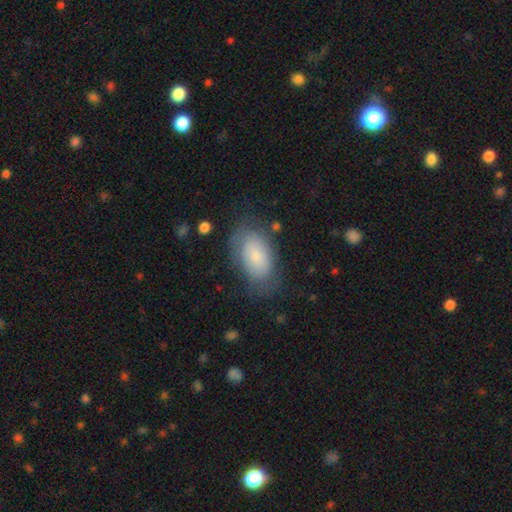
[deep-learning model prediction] Smooth or featured: smooth — 69% (featured or disk — 23%)
How rounded: in between — 92% (round — 7%)
Merging: none — 66% (minor disturbance — 22%)